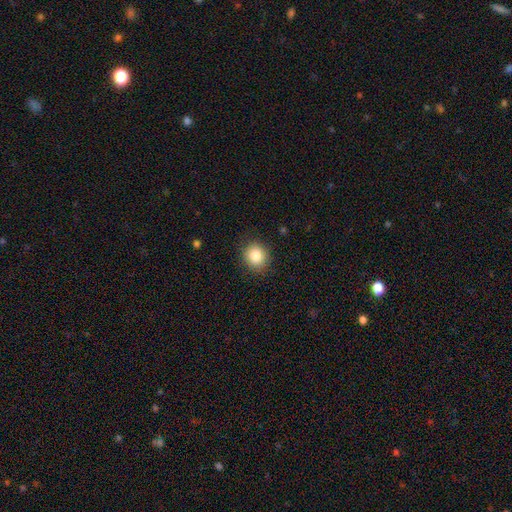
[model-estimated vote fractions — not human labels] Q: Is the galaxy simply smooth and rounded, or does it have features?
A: smooth — 84%.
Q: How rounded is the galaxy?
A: round — 86%.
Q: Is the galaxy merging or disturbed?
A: none — 88%.